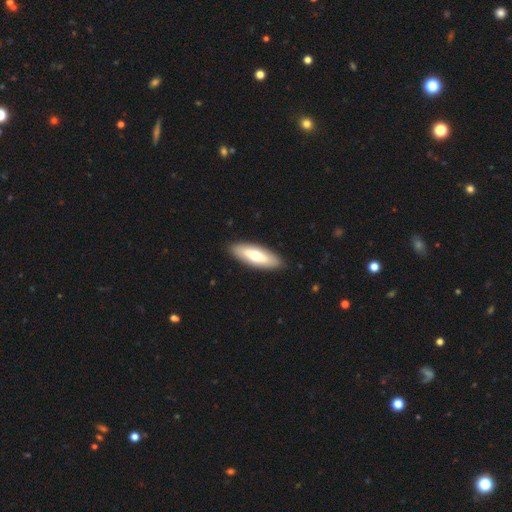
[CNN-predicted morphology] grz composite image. It shows a smooth galaxy with no disk features (62%) that is in between round and cigar-shaped (63%). Merging: none (89%).